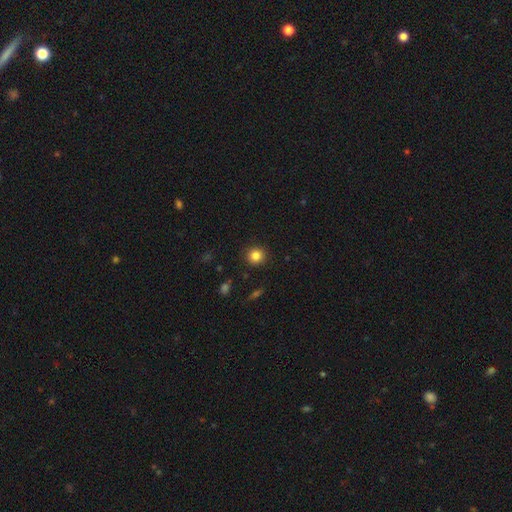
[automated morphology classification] smooth_or_featured: smooth (p=0.83) [alt: star or artifact p=0.11]
how_rounded: round (p=0.92) [alt: in between p=0.07]
merging: none (p=0.91) [alt: minor disturbance p=0.06]